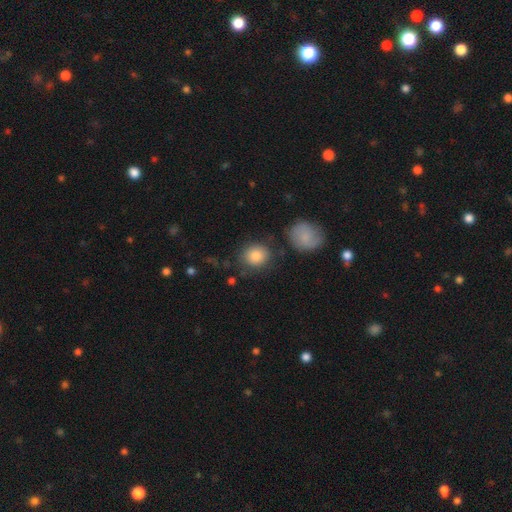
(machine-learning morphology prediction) Smooth or featured: smooth — 85% (star or artifact — 8%)
How rounded: round — 83% (in between — 16%)
Merging: none — 77% (minor disturbance — 12%)